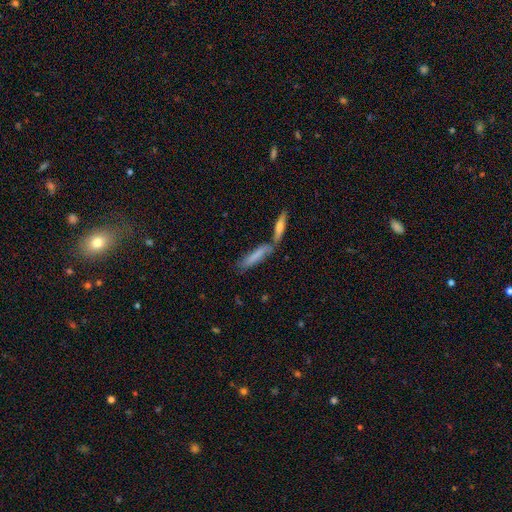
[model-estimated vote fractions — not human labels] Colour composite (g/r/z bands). It shows a smooth galaxy with no disk features (69%) that is cigar-shaped (80%). Merging: none (51%).